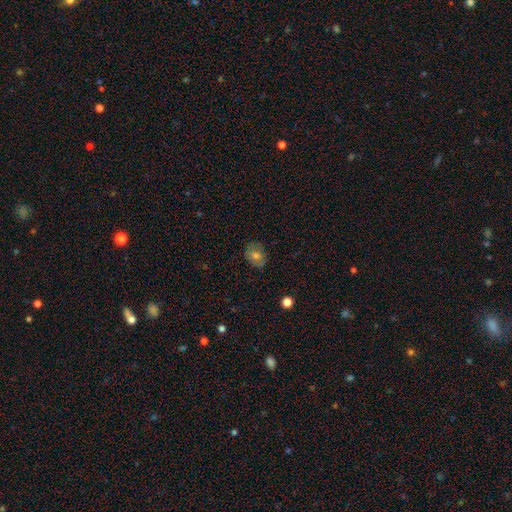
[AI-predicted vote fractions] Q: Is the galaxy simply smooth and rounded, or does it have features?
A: smooth — 65%.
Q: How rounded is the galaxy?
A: in between — 52%.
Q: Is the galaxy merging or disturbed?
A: none — 81%.